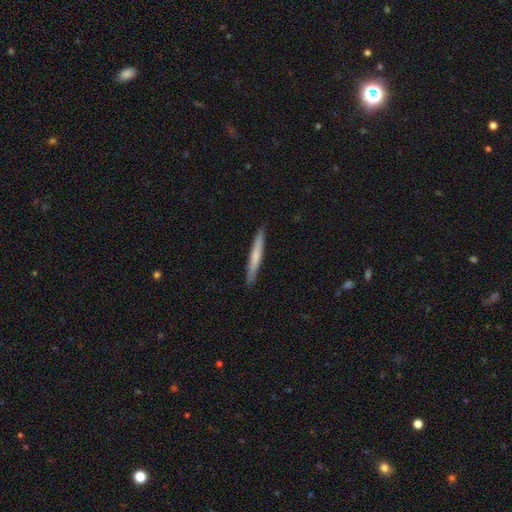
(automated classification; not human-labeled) A smooth galaxy with no disk features (63%) that is cigar-shaped (96%).

Vote fractions:
- Smooth or featured? smooth: 63% / featured or disk: 32% / star or artifact: 5%
- How rounded? cigar-shaped: 96% / in between: 2% / round: 1%
- Merging? none: 91% / minor disturbance: 6% / major disturbance: 1% / merger: 1%